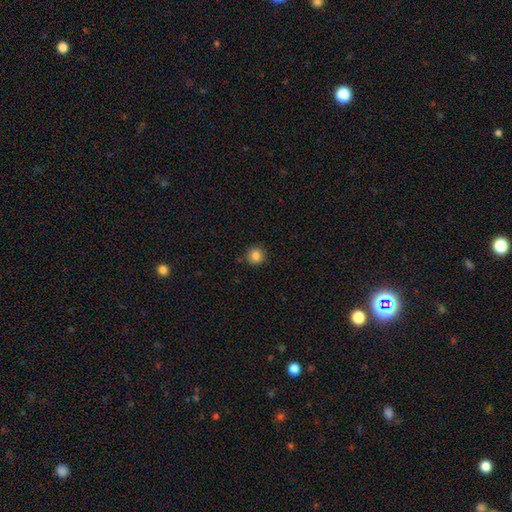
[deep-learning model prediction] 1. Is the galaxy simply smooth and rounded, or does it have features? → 85% smooth, 10% star or artifact, 5% featured or disk.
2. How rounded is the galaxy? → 93% round, 6% in between, 1% cigar-shaped.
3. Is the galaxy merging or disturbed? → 86% none, 10% minor disturbance, 3% merger, 2% major disturbance.